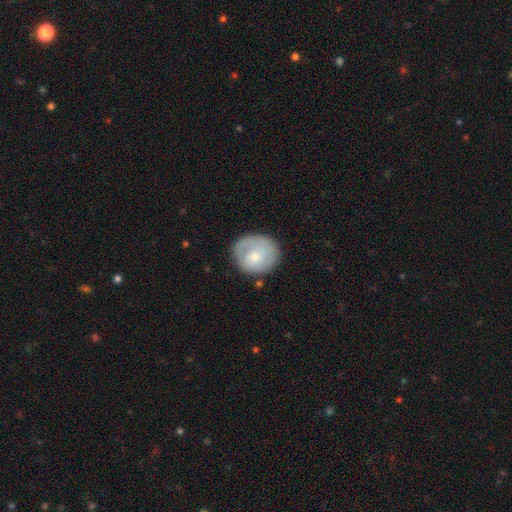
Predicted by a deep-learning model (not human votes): This appears to be a smooth galaxy with no disk features (55%) that is round (75%). Merging: none (71%).